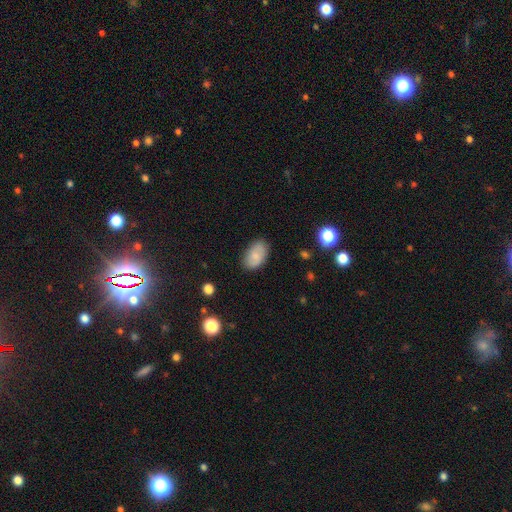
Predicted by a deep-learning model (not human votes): This appears to be a smooth galaxy with no disk features (76%) that is in between round and cigar-shaped (92%). Merging: none (82%).